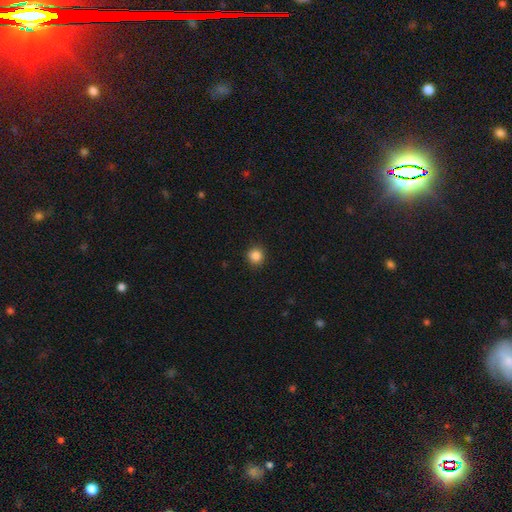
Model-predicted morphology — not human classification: smooth-or-featured: smooth: 86% | star or artifact: 11% | featured or disk: 3%
  how-rounded: round: 92% | in between: 7% | cigar-shaped: 1%
  merging: none: 91% | minor disturbance: 6% | major disturbance: 2% | merger: 1%